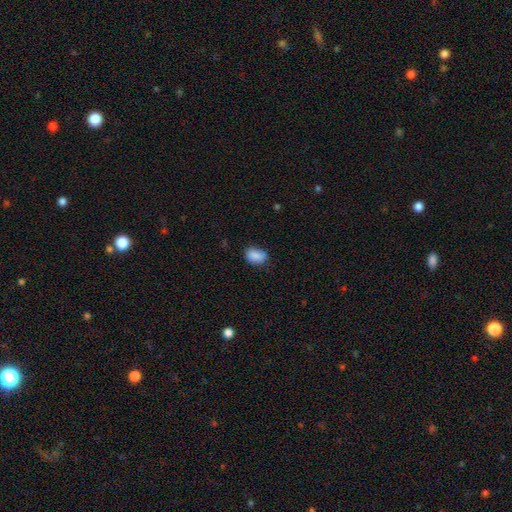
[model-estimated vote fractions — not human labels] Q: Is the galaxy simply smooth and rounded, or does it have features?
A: smooth — 87%.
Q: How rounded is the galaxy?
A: in between — 80%.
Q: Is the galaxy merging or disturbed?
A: none — 71%.